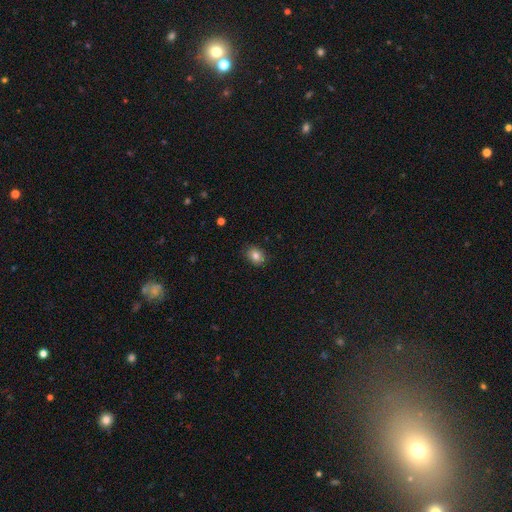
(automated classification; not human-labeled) smooth 81%, star or artifact 10%, featured or disk 8%. Down the decision tree: how rounded — in between (56%); merging — none (87%).